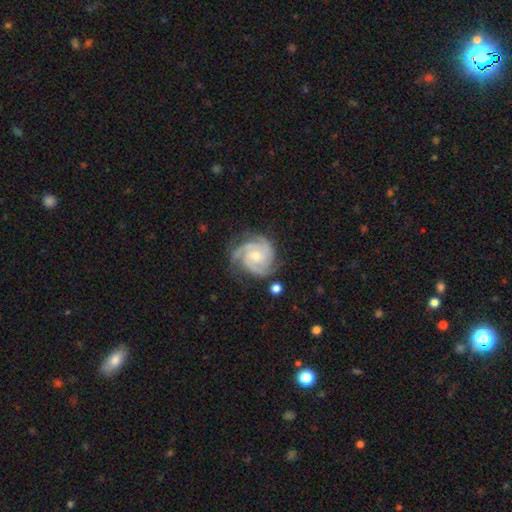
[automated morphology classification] This is clearly a featured or disk galaxy (89%). It is clearly not viewed edge-on (98%). Bar: likely no (69%). Spiral arm pattern: clearly yes (98%). Spiral arm count: possibly 3 (60%). Spiral winding: likely tight (65%). Central bulge: possibly small (51%). Merging: likely none (72%).